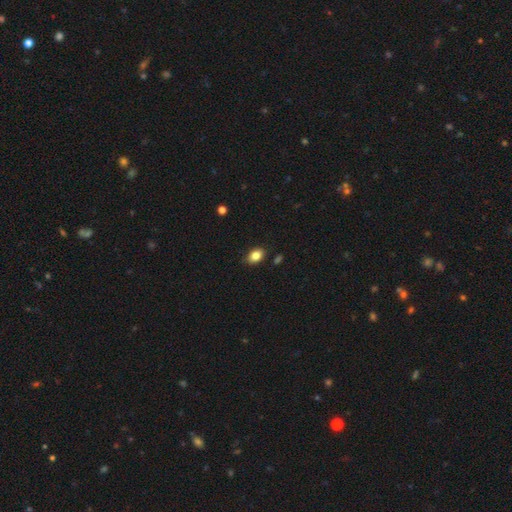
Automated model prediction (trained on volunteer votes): A smooth galaxy with no disk features (84%) that is in between round and cigar-shaped (79%). Merging: none (85%).